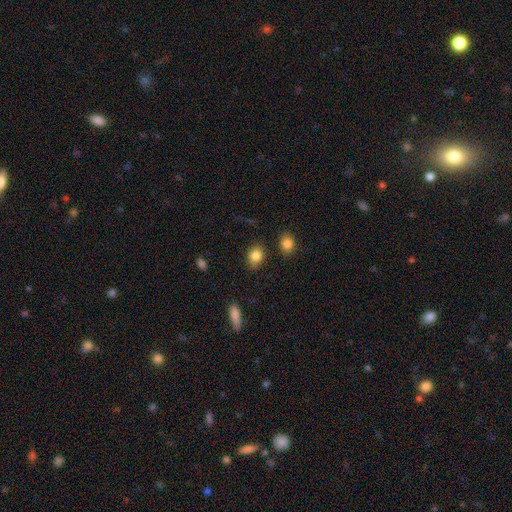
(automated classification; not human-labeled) Overall: smooth (84%). How rounded: in between (59%; round 39%). Merging: none (81%).